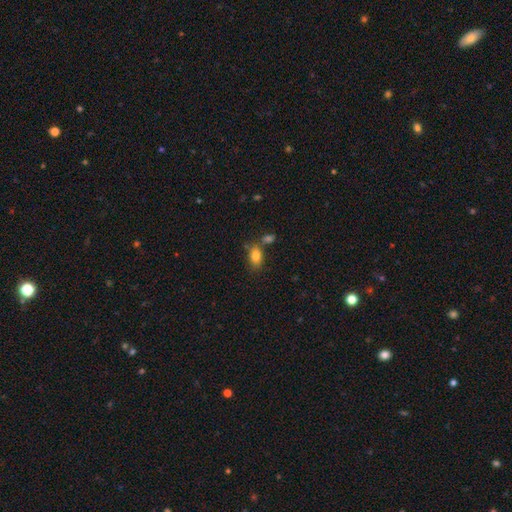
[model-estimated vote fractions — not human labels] A smooth galaxy with no disk features (82%) that is in between round and cigar-shaped (88%). Merging: none (63%).